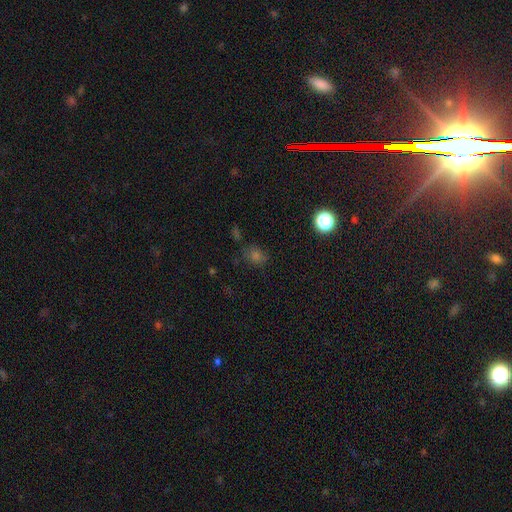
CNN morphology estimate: smooth_or_featured: smooth (p=0.63) [alt: star or artifact p=0.29]
how_rounded: round (p=0.61) [alt: in between p=0.37]
merging: none (p=0.76) [alt: minor disturbance p=0.15]